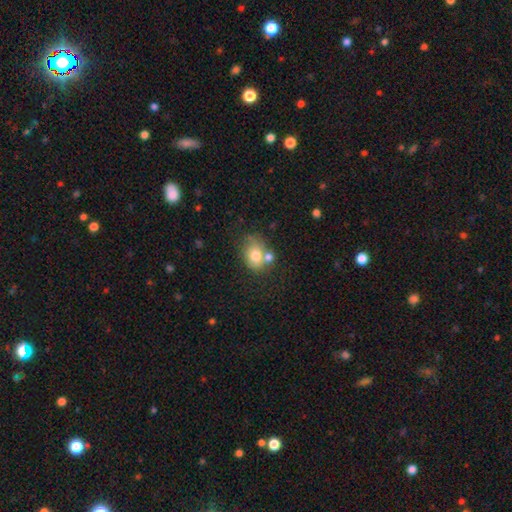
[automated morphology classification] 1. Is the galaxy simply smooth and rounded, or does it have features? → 73% smooth, 17% featured or disk, 9% star or artifact.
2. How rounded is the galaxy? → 58% in between, 41% round, 1% cigar-shaped.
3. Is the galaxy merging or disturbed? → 43% none, 32% merger, 18% minor disturbance, 8% major disturbance.